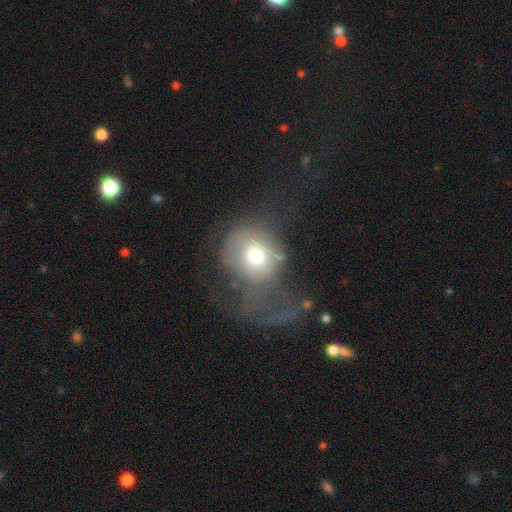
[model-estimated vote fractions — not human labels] Smooth or featured: smooth — 67% (featured or disk — 22%)
How rounded: round — 81% (in between — 18%)
Merging: major disturbance — 49% (none — 27%)